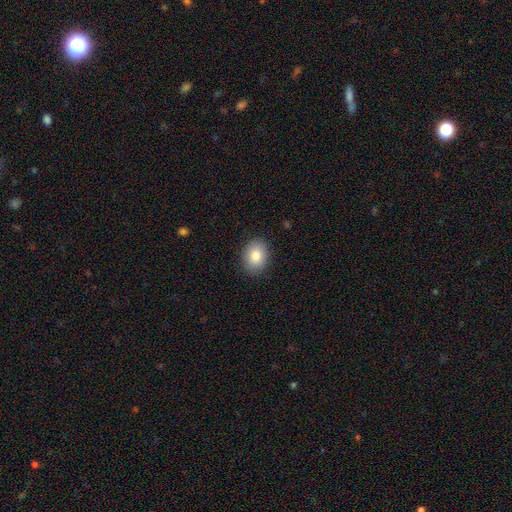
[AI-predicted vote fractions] Smooth or featured?
  - smooth: 84% *
  - featured or disk: 8%
  - star or artifact: 8%
How rounded?
  - in between: 68% *
  - round: 31%
  - cigar-shaped: 1%
Merging?
  - none: 89% *
  - minor disturbance: 8%
  - major disturbance: 2%
  - merger: 1%